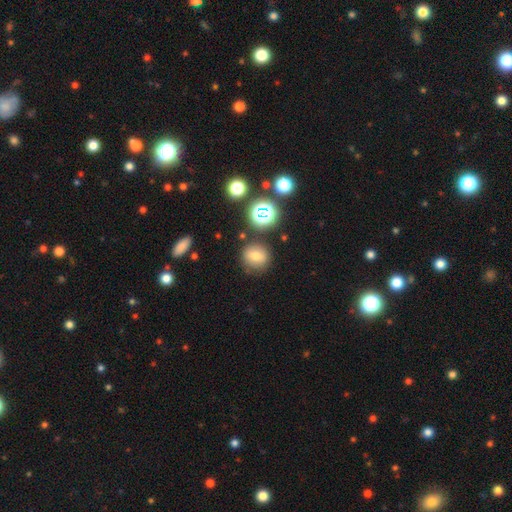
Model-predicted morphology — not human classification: smooth_or_featured: smooth (p=0.70) [alt: star or artifact p=0.17]
how_rounded: round (p=0.84) [alt: in between p=0.15]
merging: none (p=0.81) [alt: minor disturbance p=0.11]